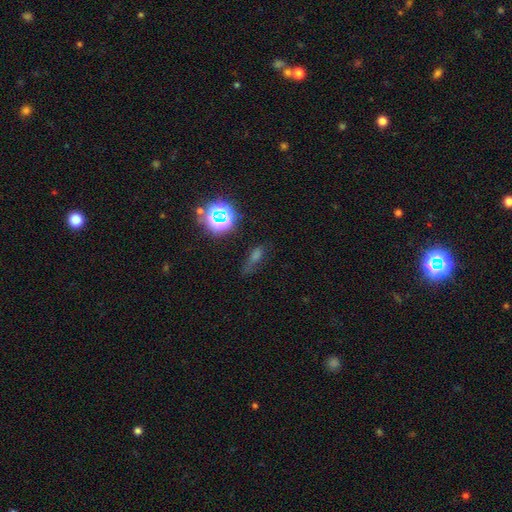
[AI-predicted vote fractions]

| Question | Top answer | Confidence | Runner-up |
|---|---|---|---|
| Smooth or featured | smooth | 42% | star or artifact (40%) |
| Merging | none | 63% | minor disturbance (22%) |